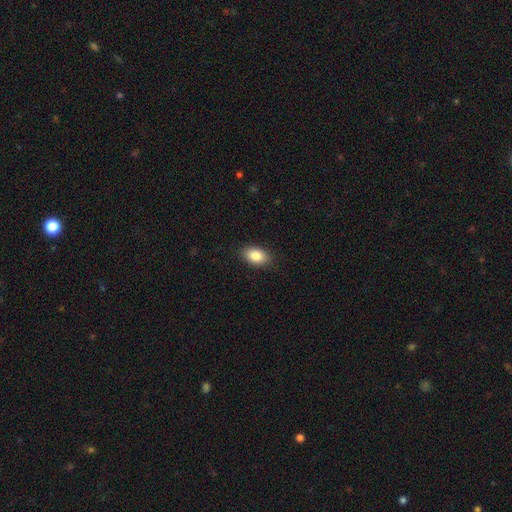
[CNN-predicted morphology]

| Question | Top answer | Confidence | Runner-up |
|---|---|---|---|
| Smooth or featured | smooth | 87% | star or artifact (7%) |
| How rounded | in between | 90% | round (9%) |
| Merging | none | 88% | minor disturbance (9%) |